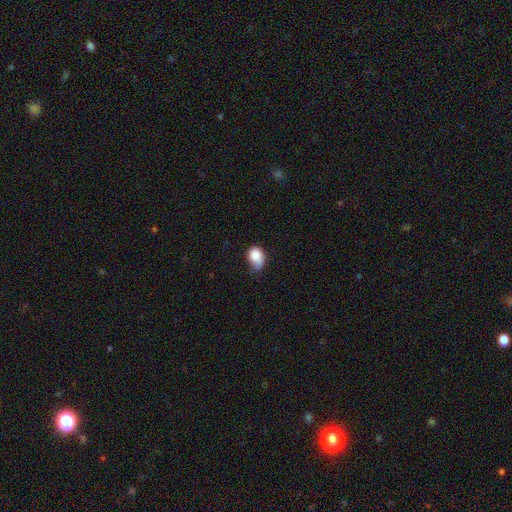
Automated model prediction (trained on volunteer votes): Smooth or featured?
  - smooth: 82% *
  - featured or disk: 10%
  - star or artifact: 8%
How rounded?
  - in between: 66% *
  - round: 33%
  - cigar-shaped: 1%
Merging?
  - minor disturbance: 47% *
  - none: 32%
  - major disturbance: 17%
  - merger: 4%